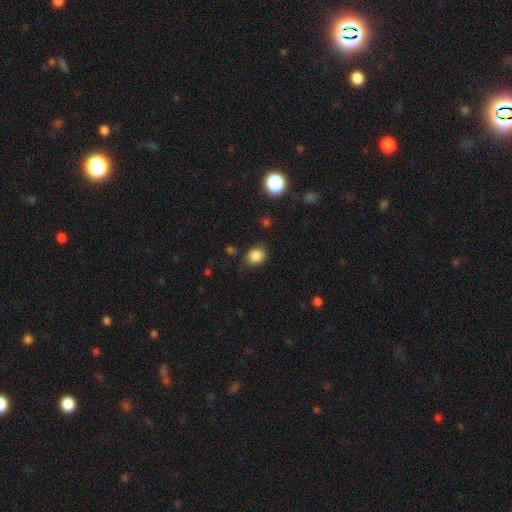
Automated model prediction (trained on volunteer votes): This appears to be a smooth galaxy with no disk features (85%) that is round (60%). Merging: none (76%).